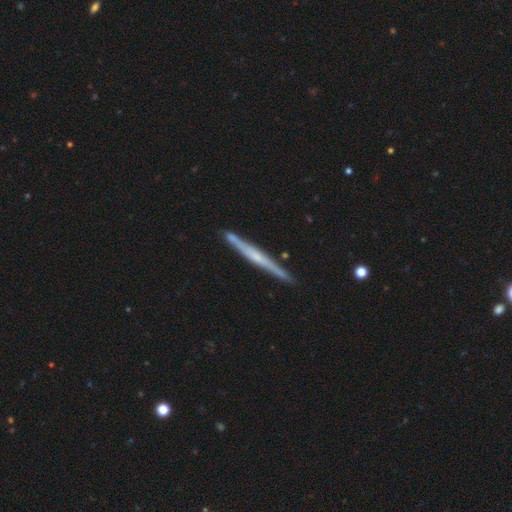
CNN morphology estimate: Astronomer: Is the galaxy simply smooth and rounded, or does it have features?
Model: featured or disk — 70%.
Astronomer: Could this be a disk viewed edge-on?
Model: yes — 98%.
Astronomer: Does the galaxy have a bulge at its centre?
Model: none — 47% (runner-up: rounded, 42%).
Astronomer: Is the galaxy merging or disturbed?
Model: none — 87%.